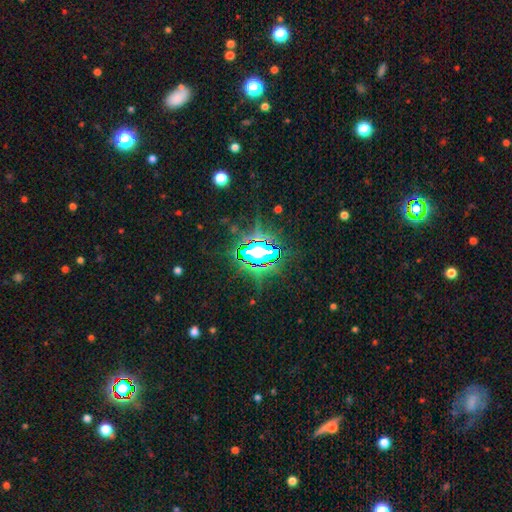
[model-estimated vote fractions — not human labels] Smooth or featured? Predicted: star or artifact (p=0.78).